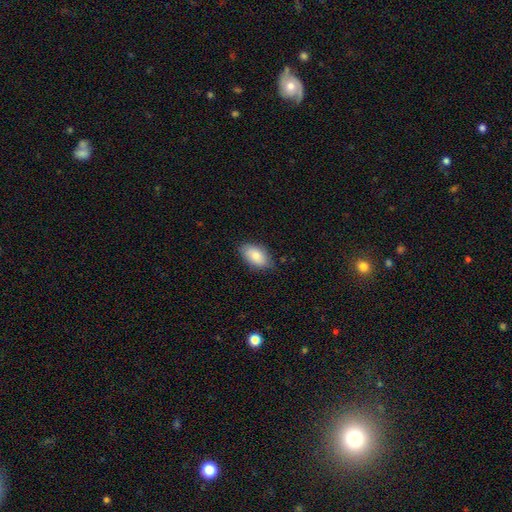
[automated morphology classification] This appears to be a smooth galaxy with no disk features (82%) that is in between round and cigar-shaped (93%). Merging: none (79%).